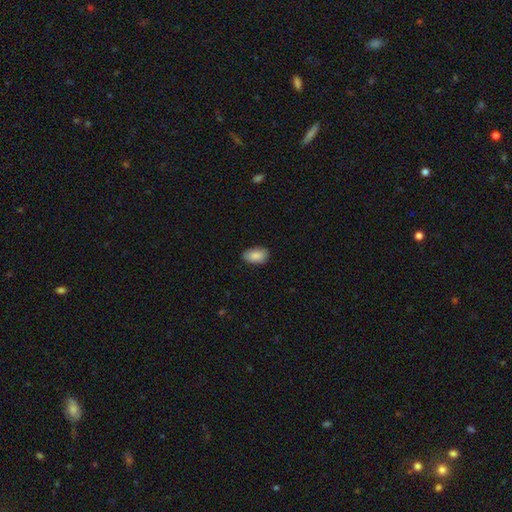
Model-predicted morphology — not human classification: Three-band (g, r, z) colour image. It shows a smooth galaxy with no disk features (89%) that is in between round and cigar-shaped (93%). Merging: none (83%).